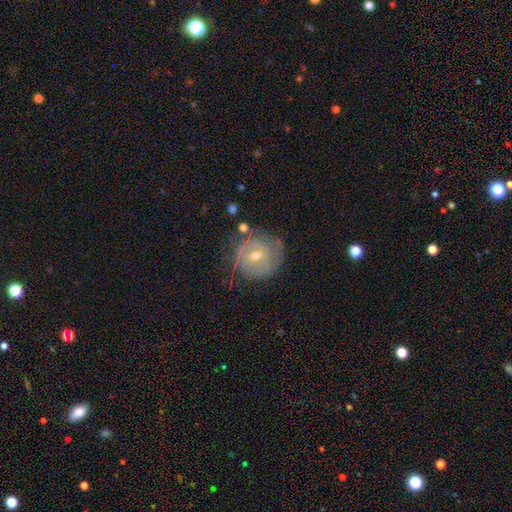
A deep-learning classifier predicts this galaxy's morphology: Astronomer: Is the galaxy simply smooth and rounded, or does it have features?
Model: featured or disk — 69%.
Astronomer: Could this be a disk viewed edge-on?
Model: no — 97%.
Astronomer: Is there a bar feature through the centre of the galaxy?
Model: no — 53% (runner-up: weak, 38%).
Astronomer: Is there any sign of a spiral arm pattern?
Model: yes — 77%.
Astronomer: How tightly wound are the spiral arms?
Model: tight — 72%.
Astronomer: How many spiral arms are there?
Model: can't tell — 41% (runner-up: 2, 39%).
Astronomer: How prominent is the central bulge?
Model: moderate — 57% (runner-up: small, 39%).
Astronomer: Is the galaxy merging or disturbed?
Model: none — 71%.